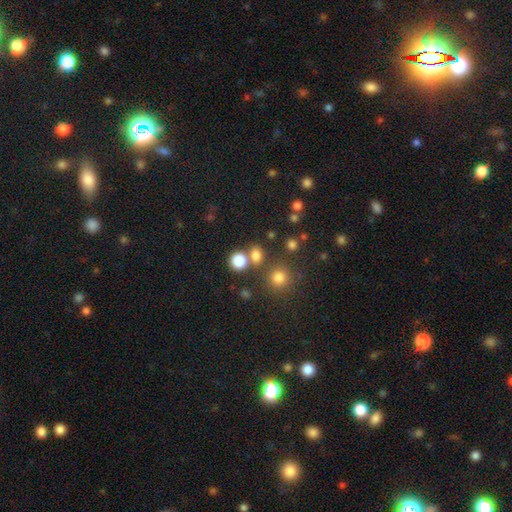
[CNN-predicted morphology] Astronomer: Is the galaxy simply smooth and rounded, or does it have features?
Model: smooth — 76%.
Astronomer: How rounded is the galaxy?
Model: round — 68%.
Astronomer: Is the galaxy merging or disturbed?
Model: none — 65%.